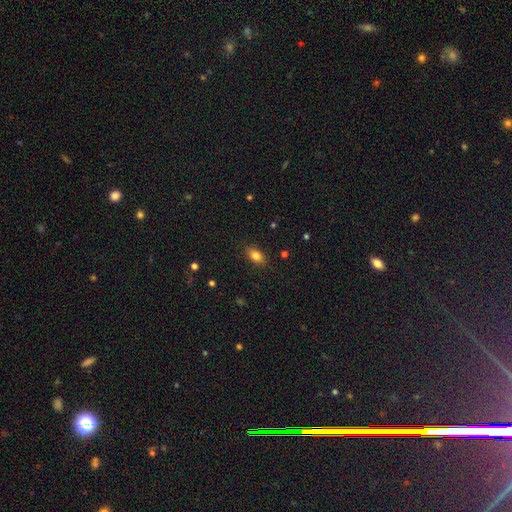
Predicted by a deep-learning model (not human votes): Overall: smooth (82%). How rounded: in between (86%). Merging: none (87%).